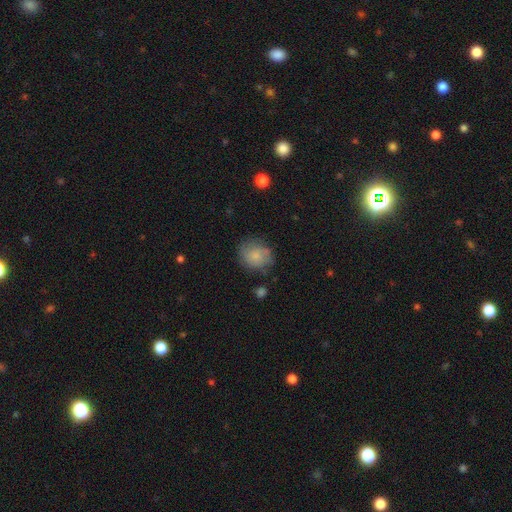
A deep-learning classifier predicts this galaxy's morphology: Smooth or featured? Predicted: smooth (p=0.72). How rounded? Predicted: round (p=0.71). Merging? Predicted: none (p=0.66).